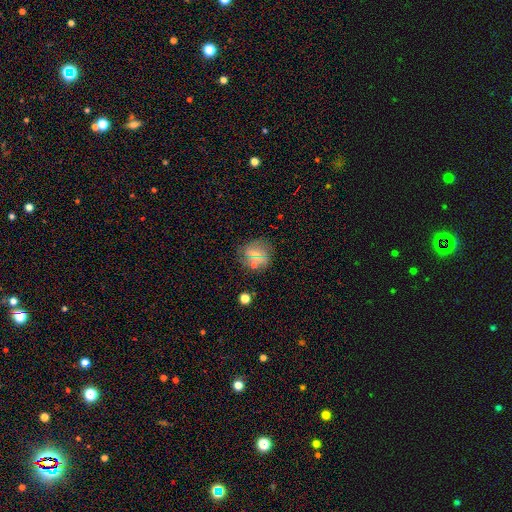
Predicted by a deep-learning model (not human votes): The model was most divided on "smooth or featured": smooth: 55%, featured or disk: 29%, star or artifact: 16%. More confident: how rounded — round (81%); merging — none (67%).